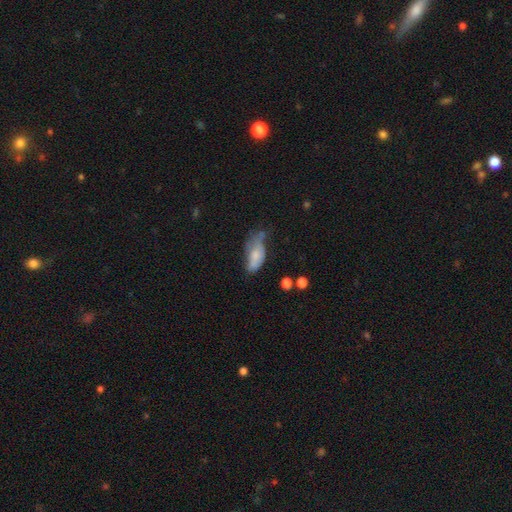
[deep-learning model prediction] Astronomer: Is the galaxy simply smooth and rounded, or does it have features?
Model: smooth — 65%.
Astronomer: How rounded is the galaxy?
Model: in between — 90%.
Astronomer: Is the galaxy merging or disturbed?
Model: minor disturbance — 39% (runner-up: major disturbance, 28%).